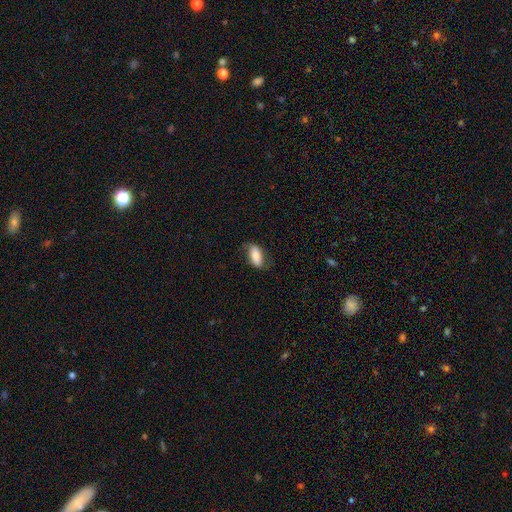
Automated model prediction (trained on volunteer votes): smooth 78%, featured or disk 15%, star or artifact 7%. Down the decision tree: how rounded — in between (85%); merging — none (71%).